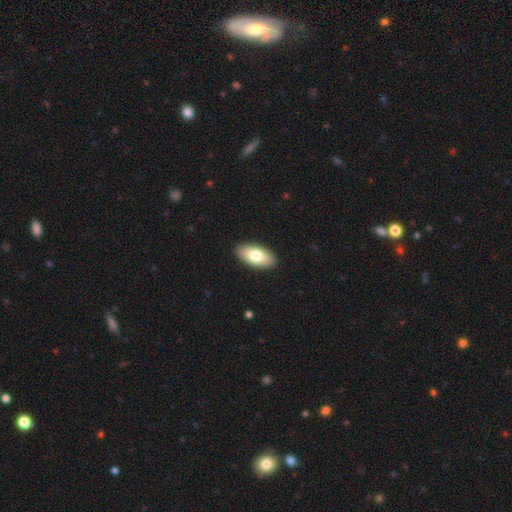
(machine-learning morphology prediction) Smooth or featured?
  - smooth: 80% *
  - featured or disk: 15%
  - star or artifact: 6%
How rounded?
  - in between: 93% *
  - cigar-shaped: 4%
  - round: 2%
Merging?
  - none: 91% *
  - minor disturbance: 6%
  - major disturbance: 2%
  - merger: 1%